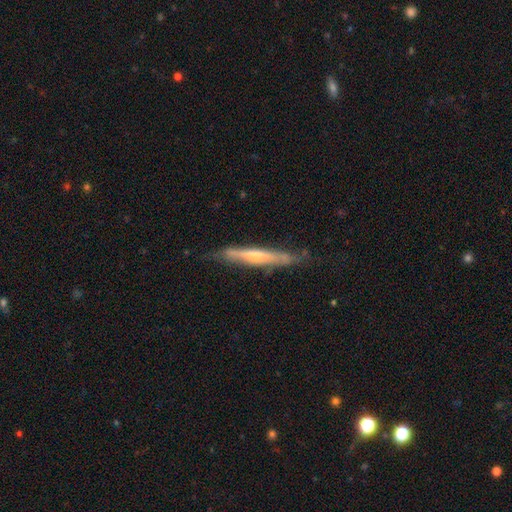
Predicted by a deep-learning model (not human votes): This is likely a featured or disk galaxy (60%). It is clearly viewed edge-on (91%). Edge-on bulge: possibly rounded (56%). Merging: likely none (73%).